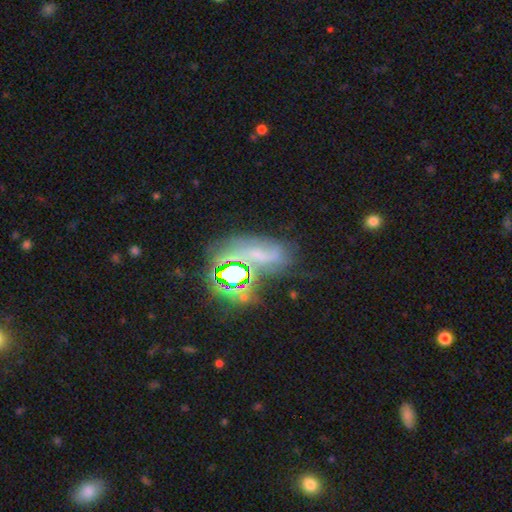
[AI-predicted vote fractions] star or artifact 46%, featured or disk 32%, smooth 22%.